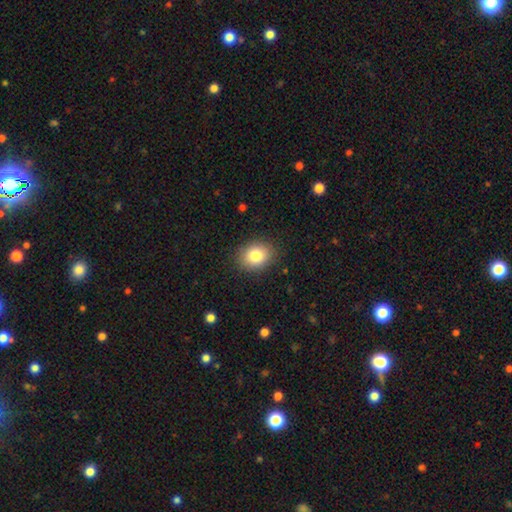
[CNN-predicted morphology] The model was most divided on "how rounded": in between: 53%, round: 46%, cigar-shaped: 1%. More confident: merging — none (88%); smooth or featured — smooth (83%).